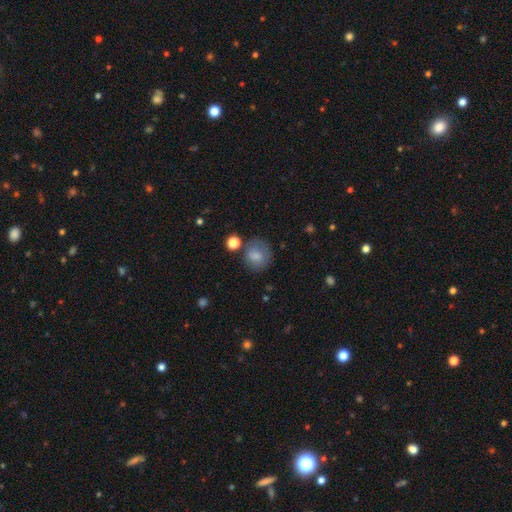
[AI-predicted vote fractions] smooth-or-featured: smooth: 80% | featured or disk: 10% | star or artifact: 10%
  how-rounded: round: 74% | in between: 25% | cigar-shaped: 1%
  merging: none: 66% | minor disturbance: 20% | major disturbance: 9% | merger: 6%